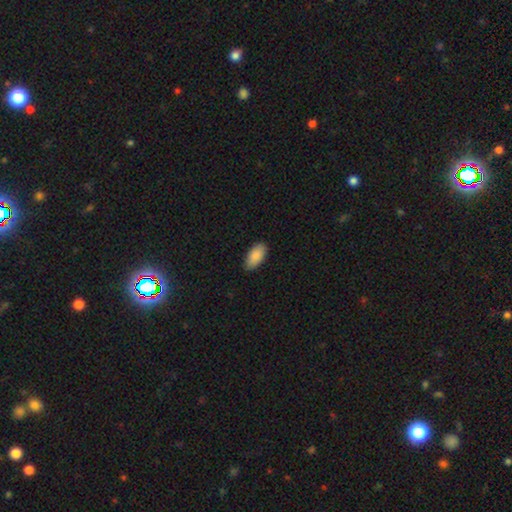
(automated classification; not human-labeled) This is clearly a smooth galaxy (87%). How rounded: clearly in between (94%). Merging: clearly none (85%).